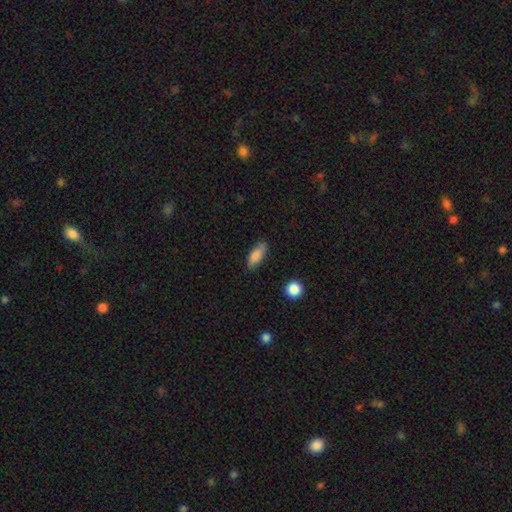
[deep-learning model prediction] smooth_or_featured: smooth (p=0.83) [alt: featured or disk p=0.10]
how_rounded: in between (p=0.75) [alt: cigar-shaped p=0.22]
merging: none (p=0.78) [alt: minor disturbance p=0.17]